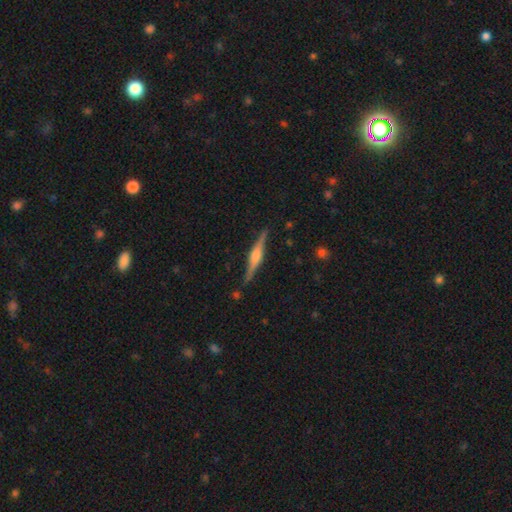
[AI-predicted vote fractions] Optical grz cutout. It shows a featured or disk galaxy (83%) viewed edge-on (98%) with a rounded central bulge (83%). Merging: none (88%).